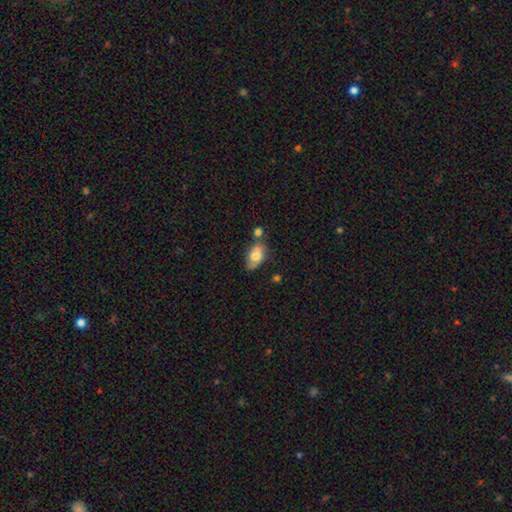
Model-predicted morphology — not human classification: smooth_or_featured: smooth (p=0.63) [alt: featured or disk p=0.28]
how_rounded: in between (p=0.89) [alt: round p=0.08]
merging: none (p=0.45) [alt: minor disturbance p=0.25]